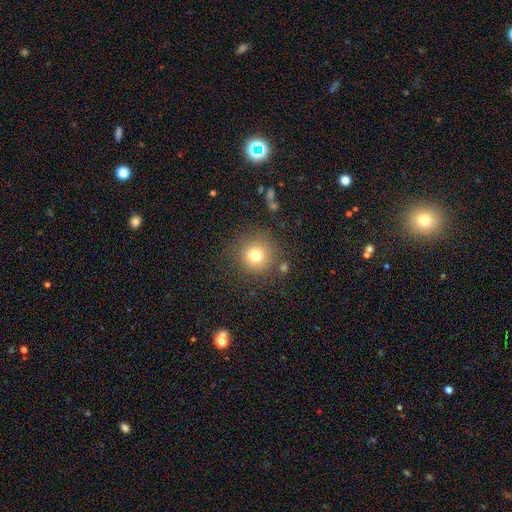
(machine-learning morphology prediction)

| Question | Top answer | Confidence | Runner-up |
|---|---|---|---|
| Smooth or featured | smooth | 76% | star or artifact (14%) |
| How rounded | round | 94% | in between (5%) |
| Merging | none | 84% | minor disturbance (9%) |